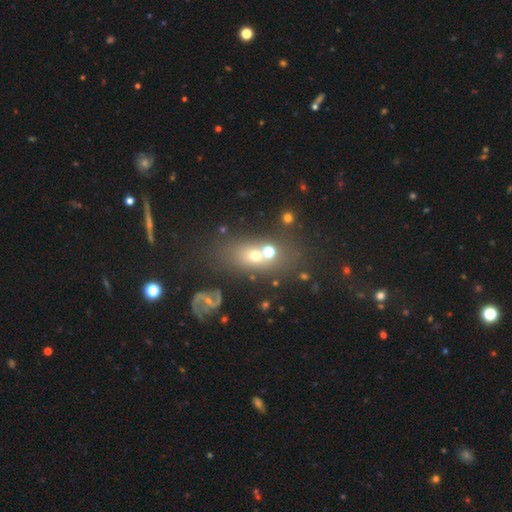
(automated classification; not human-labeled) Morphology: type=smooth (53%); roundness=in between (60%); merging=none (48%).